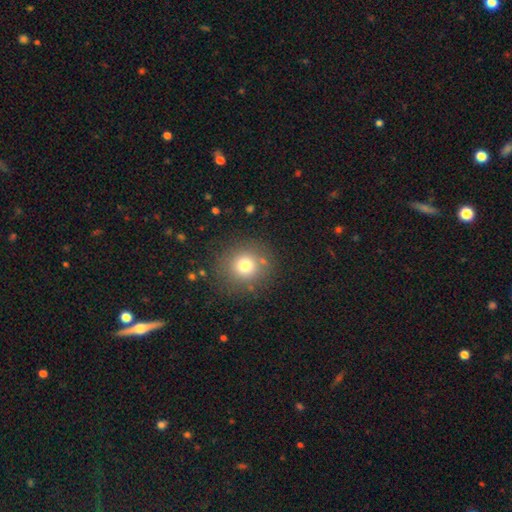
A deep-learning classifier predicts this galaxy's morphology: Overall: smooth (71%). How rounded: round (93%). Merging: none (88%).